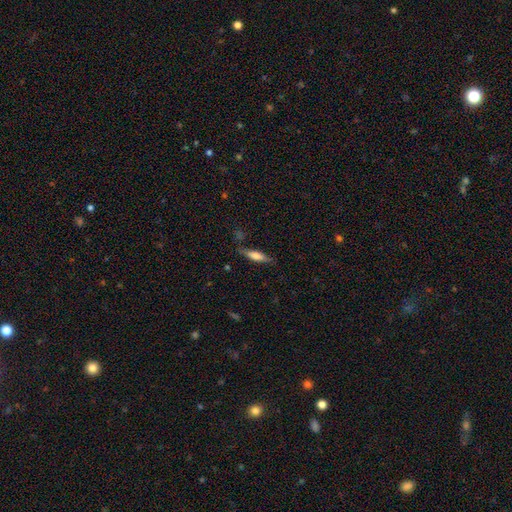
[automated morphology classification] This appears to be a smooth galaxy with no disk features (54%) that is cigar-shaped (68%). Merging: none (72%).